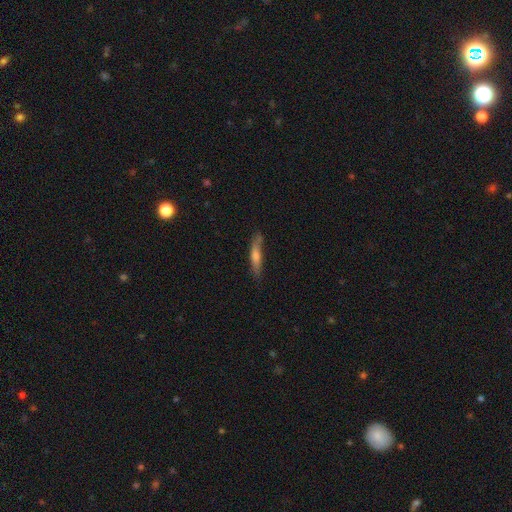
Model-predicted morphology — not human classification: Smooth or featured? Predicted: featured or disk (p=0.49). Merging? Predicted: none (p=0.74).